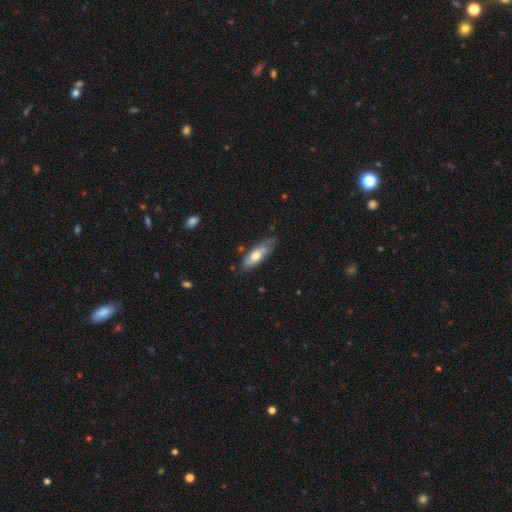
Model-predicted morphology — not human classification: Overall: smooth (53%; featured or disk 42%). How rounded: in between (64%; cigar-shaped 34%). Merging: none (64%; minor disturbance 27%).